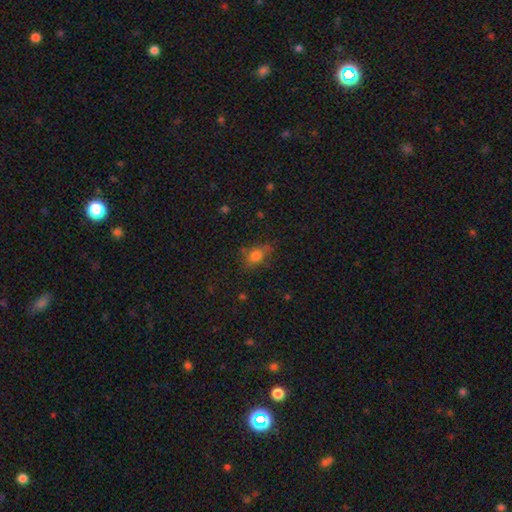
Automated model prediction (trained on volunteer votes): Overall: smooth (74%). How rounded: in between (61%; round 36%). Merging: none (63%; minor disturbance 24%).